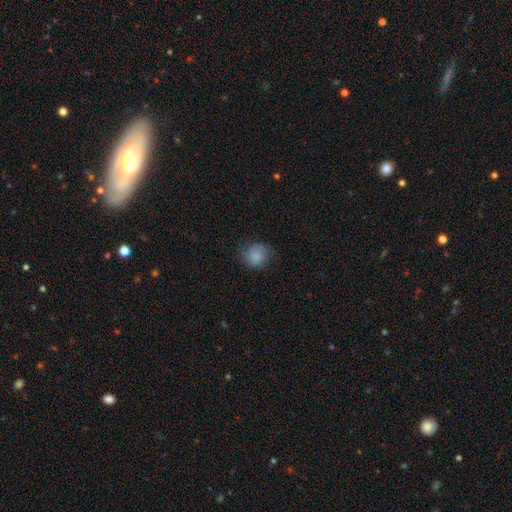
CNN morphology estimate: smooth 78%, featured or disk 13%, star or artifact 9%. Down the decision tree: how rounded — round (77%); merging — none (66%).